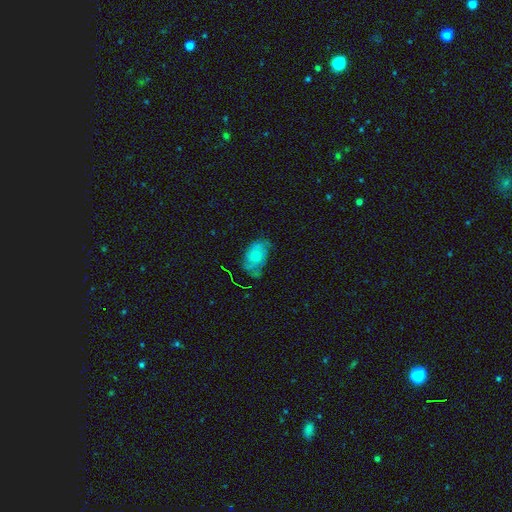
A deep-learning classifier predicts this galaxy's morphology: smooth_or_featured: smooth (p=0.62) [alt: featured or disk p=0.29]
how_rounded: in between (p=0.89) [alt: round p=0.10]
merging: none (p=0.47) [alt: minor disturbance p=0.33]